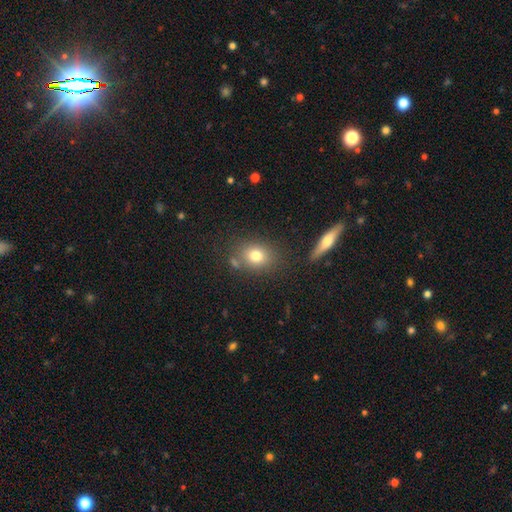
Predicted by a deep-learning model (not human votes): This is likely a smooth galaxy (76%). How rounded: possibly round (50%). Merging: likely none (74%).